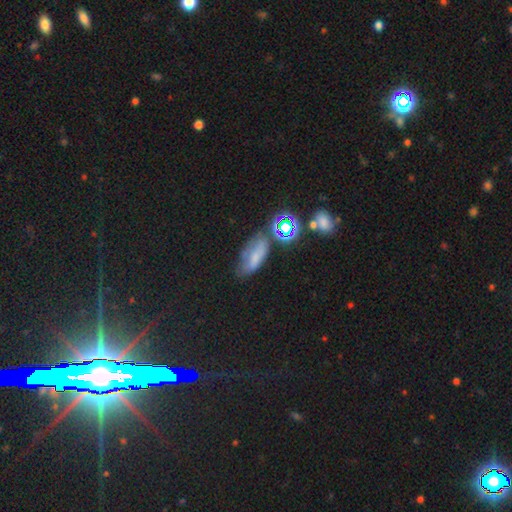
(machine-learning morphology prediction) Smooth or featured: smooth — 55% (star or artifact — 24%)
How rounded: in between — 77% (cigar-shaped — 14%)
Merging: none — 47% (minor disturbance — 29%)